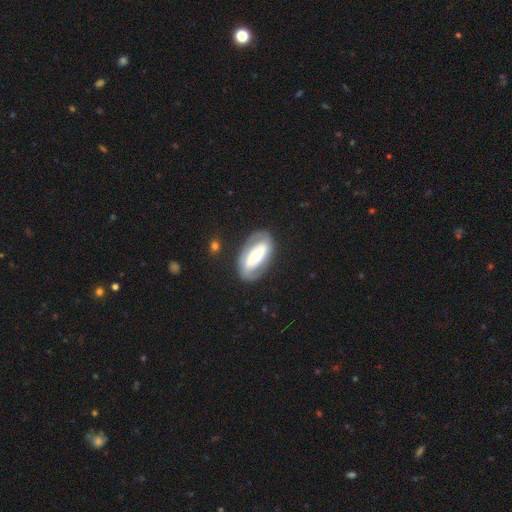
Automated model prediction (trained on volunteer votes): The model was most divided on "bar": strong: 44%, no: 34%, weak: 22%. Remaining: edge-on disk — no (92%); merging — none (78%); smooth or featured — featured or disk (67%); spiral arms — yes (55%); bulge size — moderate (50%).